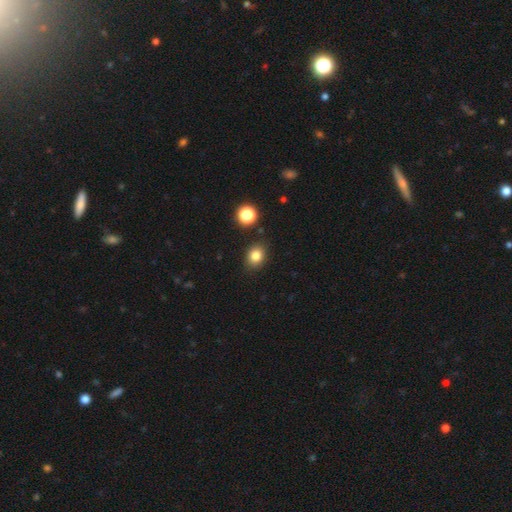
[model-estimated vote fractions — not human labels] A smooth galaxy with no disk features (81%) that is in between round and cigar-shaped (50%, tied with round). Merging: none (85%).